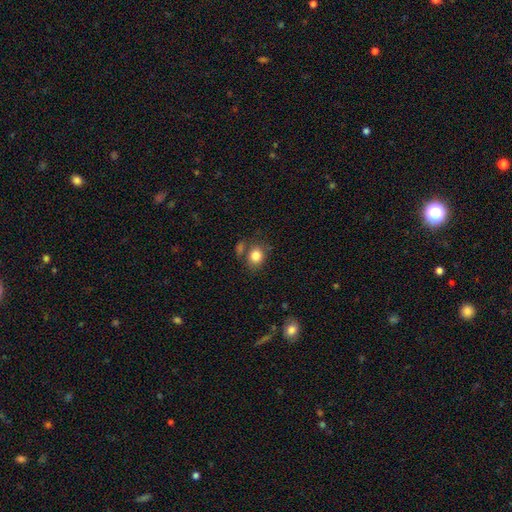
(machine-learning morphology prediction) smooth_or_featured: smooth (p=0.83) [alt: star or artifact p=0.10]
how_rounded: round (p=0.65) [alt: in between p=0.34]
merging: none (p=0.67) [alt: minor disturbance p=0.15]